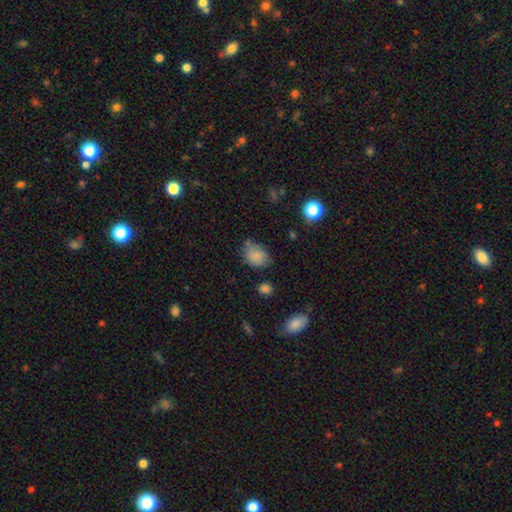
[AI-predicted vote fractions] Q: Smooth or featured?
A: smooth (78%); runner-up: featured or disk (12%)
Q: How rounded?
A: in between (64%); runner-up: round (34%)
Q: Merging?
A: none (53%); runner-up: minor disturbance (32%)